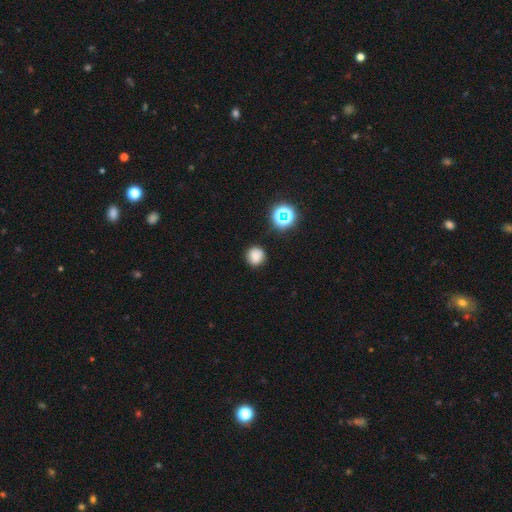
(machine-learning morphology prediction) type=smooth (79%); roundness=round (90%); merging=none (87%).